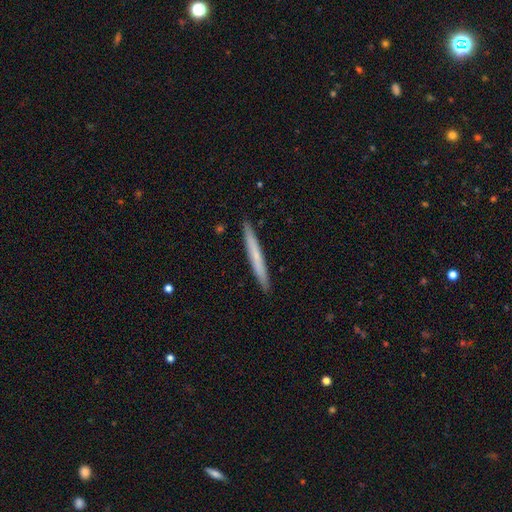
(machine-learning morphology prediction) smooth_or_featured: smooth (p=0.58) [alt: featured or disk p=0.36]
how_rounded: cigar-shaped (p=0.97) [alt: in between p=0.02]
merging: none (p=0.92) [alt: minor disturbance p=0.05]